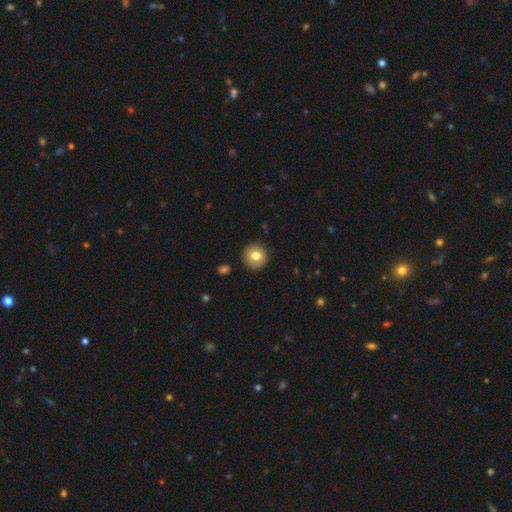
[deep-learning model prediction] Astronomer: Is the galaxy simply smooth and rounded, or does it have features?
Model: smooth — 78%.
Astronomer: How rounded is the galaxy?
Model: round — 93%.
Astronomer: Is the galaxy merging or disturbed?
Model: none — 91%.